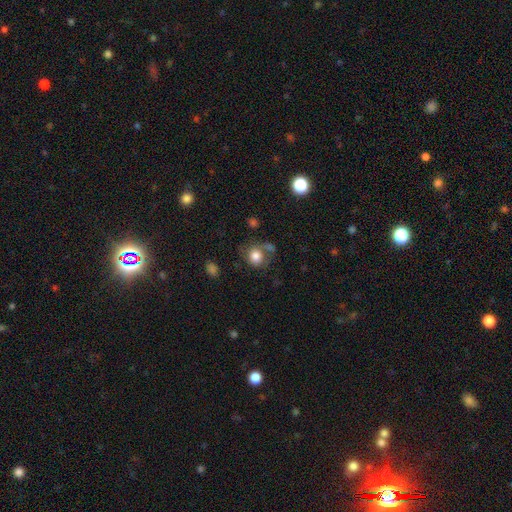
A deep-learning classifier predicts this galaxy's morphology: A smooth galaxy with no disk features (80%) that is round (74%).

Vote fractions:
- Smooth or featured? smooth: 80% / featured or disk: 10% / star or artifact: 10%
- How rounded? round: 74% / in between: 25% / cigar-shaped: 1%
- Merging? none: 55% / minor disturbance: 19% / merger: 14% / major disturbance: 12%